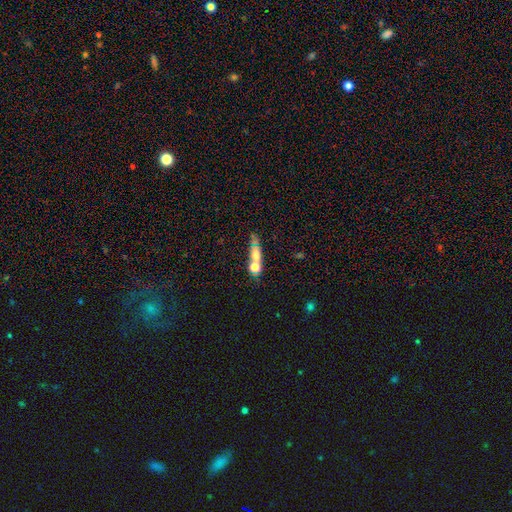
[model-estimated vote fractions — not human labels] A smooth galaxy with no disk features (55%) that is in between round and cigar-shaped (35%).

Vote fractions:
- Smooth or featured? smooth: 55% / featured or disk: 31% / star or artifact: 14%
- How rounded? in between: 35% / round: 33% / cigar-shaped: 32%
- Merging? merger: 45% / none: 38% / minor disturbance: 10% / major disturbance: 7%